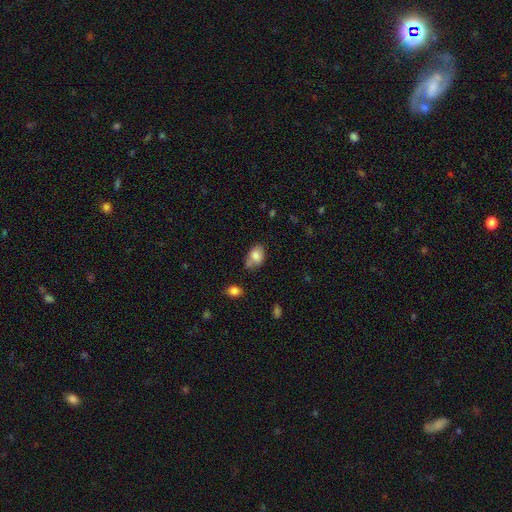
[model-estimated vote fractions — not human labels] Smooth or featured? Predicted: smooth (p=0.78). How rounded? Predicted: in between (p=0.79). Merging? Predicted: none (p=0.51).